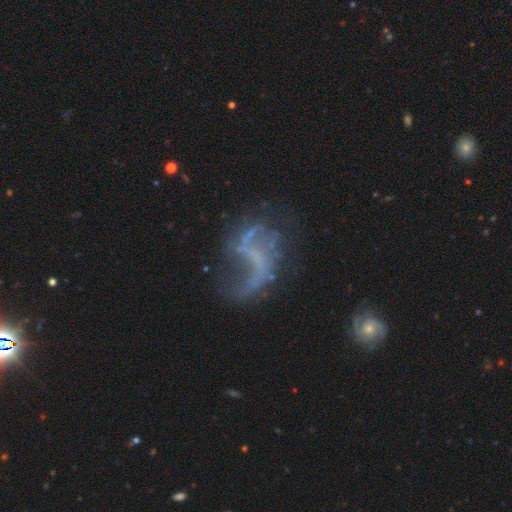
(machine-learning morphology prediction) featured or disk 76%, star or artifact 14%, smooth 10%. Down the decision tree: edge-on disk — no (97%); bar — no (48%); spiral arms — yes (71%); spiral arm count — 2 (60%); spiral winding — loose (88%); bulge size — none (75%); merging — none (43%).